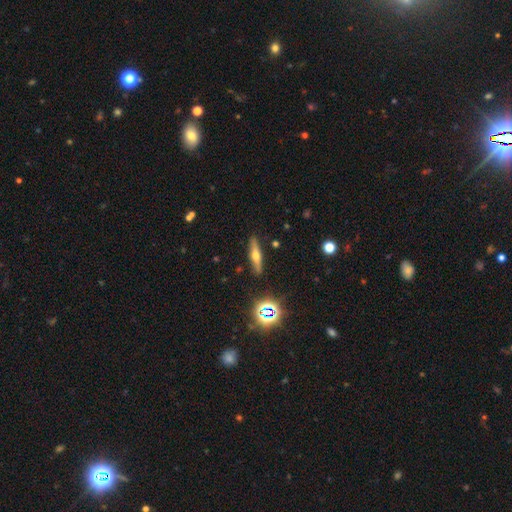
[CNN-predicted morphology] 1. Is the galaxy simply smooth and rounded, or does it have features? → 49% featured or disk, 39% smooth, 12% star or artifact.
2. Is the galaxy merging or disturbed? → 88% none, 8% minor disturbance, 2% major disturbance, 2% merger.